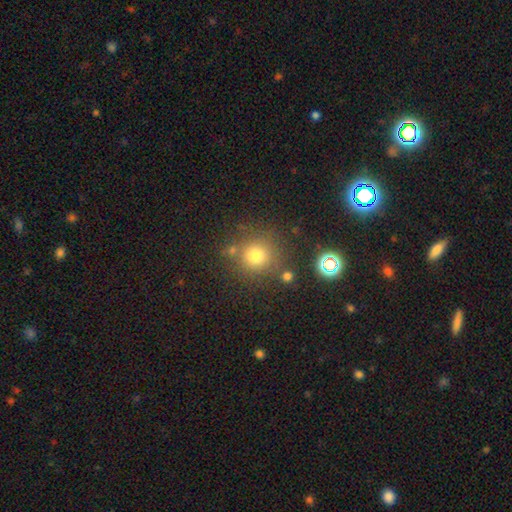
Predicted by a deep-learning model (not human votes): Morphology: type=smooth (74%); roundness=round (91%); merging=none (76%).